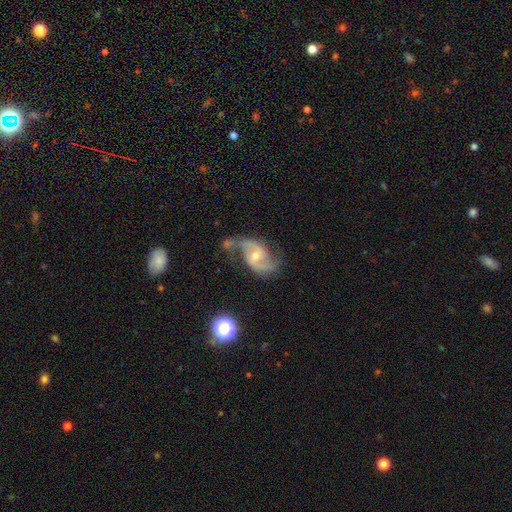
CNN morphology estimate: This is clearly a featured or disk galaxy (89%). It is clearly not viewed edge-on (97%). Bar: marginally no (45%). Spiral arm pattern: clearly yes (97%). Spiral arm count: clearly 2 (92%). Spiral winding: marginally medium (45%). Central bulge: possibly moderate (53%). Merging: possibly none (57%).